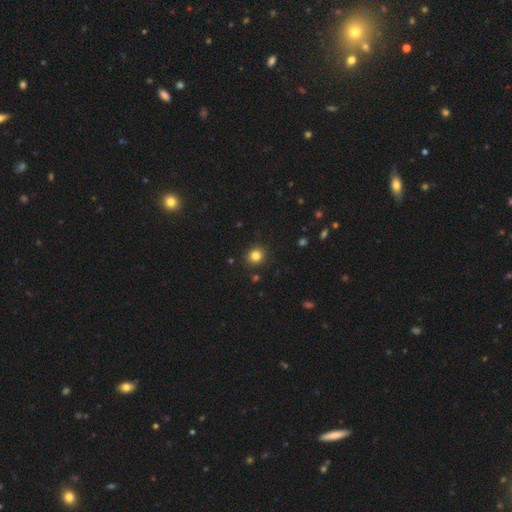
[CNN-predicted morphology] Smooth or featured? Predicted: smooth (p=0.82). How rounded? Predicted: round (p=0.85). Merging? Predicted: none (p=0.90).